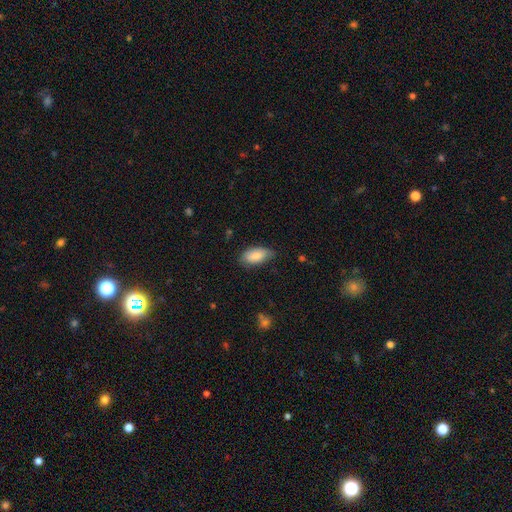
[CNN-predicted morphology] Smooth or featured?
  - smooth: 85% *
  - featured or disk: 9%
  - star or artifact: 6%
How rounded?
  - in between: 92% *
  - cigar-shaped: 6%
  - round: 2%
Merging?
  - none: 74% *
  - minor disturbance: 21%
  - major disturbance: 3%
  - merger: 1%